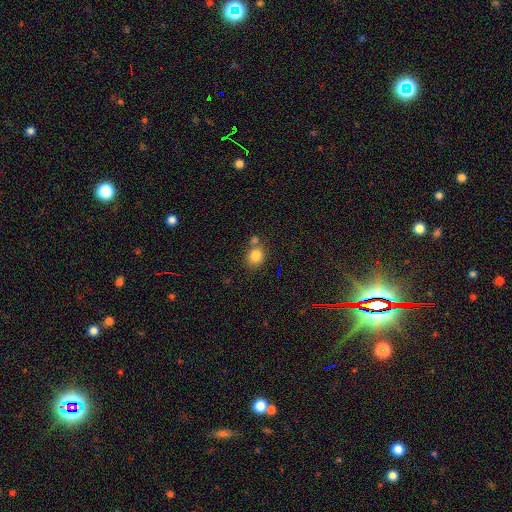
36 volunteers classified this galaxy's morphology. Smooth or featured? smooth (92%)
How rounded? round (94%)
Merging? none (67%)